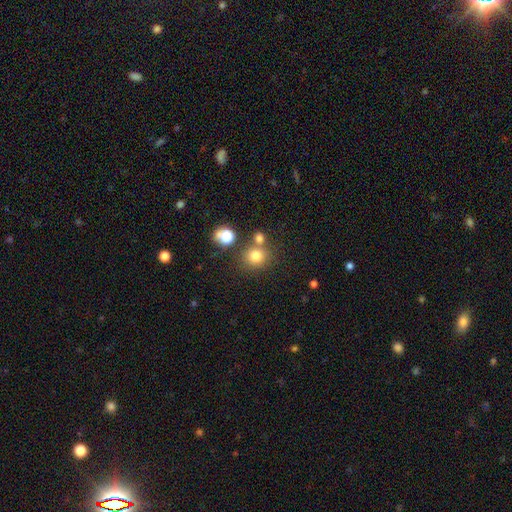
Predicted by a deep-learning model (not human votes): Morphology: type=smooth (76%); roundness=round (85%); merging=none (67%).